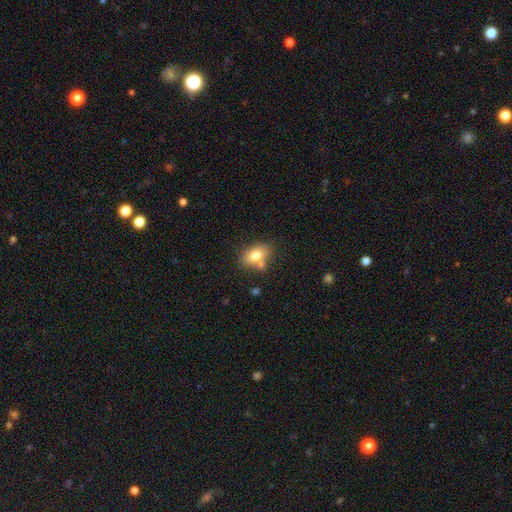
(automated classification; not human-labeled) Smooth or featured?
  - smooth: 77% *
  - featured or disk: 15%
  - star or artifact: 9%
How rounded?
  - in between: 82% *
  - round: 16%
  - cigar-shaped: 2%
Merging?
  - none: 61% *
  - merger: 19%
  - minor disturbance: 16%
  - major disturbance: 5%